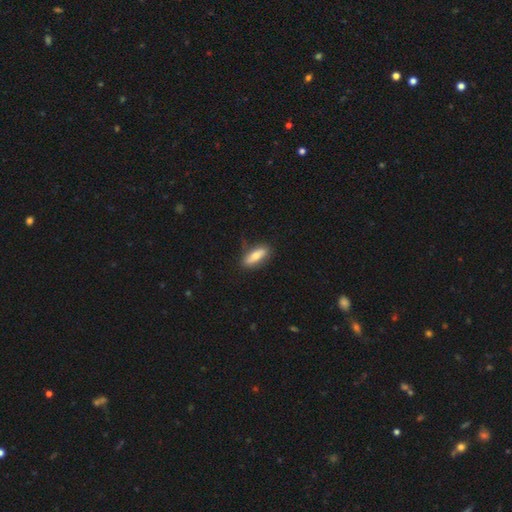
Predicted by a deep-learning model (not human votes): smooth 69%, featured or disk 25%, star or artifact 6%. Down the decision tree: how rounded — in between (59%); merging — none (77%).